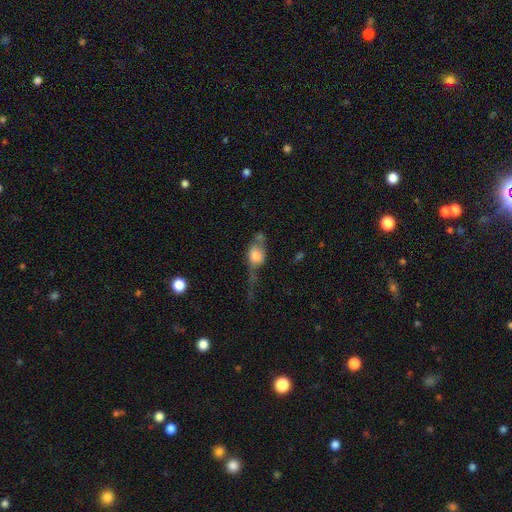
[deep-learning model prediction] Smooth or featured? Predicted: smooth (p=0.57). How rounded? Predicted: in between (p=0.65). Merging? Predicted: major disturbance (p=0.39).